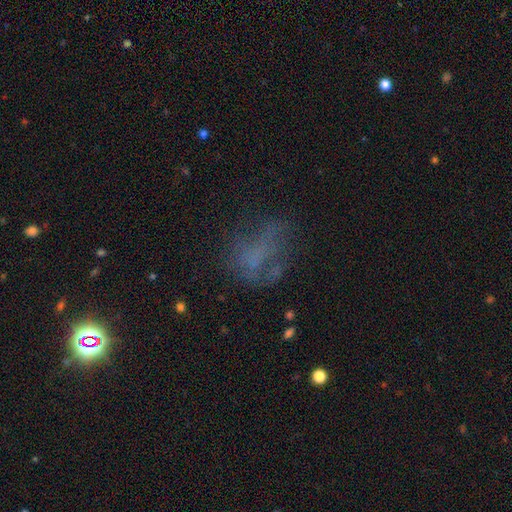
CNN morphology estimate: Smooth or featured? smooth (35%)
Merging? none (45%)